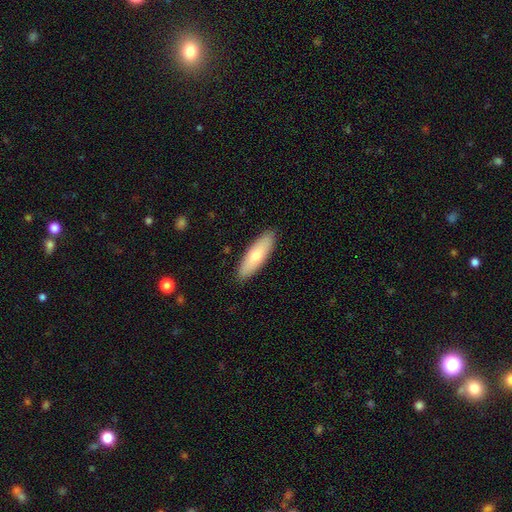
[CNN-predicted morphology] A smooth galaxy with no disk features (72%) that is in between round and cigar-shaped (52%).

Vote fractions:
- Smooth or featured? smooth: 72% / featured or disk: 22% / star or artifact: 6%
- How rounded? in between: 52% / cigar-shaped: 47% / round: 2%
- Merging? none: 89% / minor disturbance: 8% / major disturbance: 2% / merger: 1%